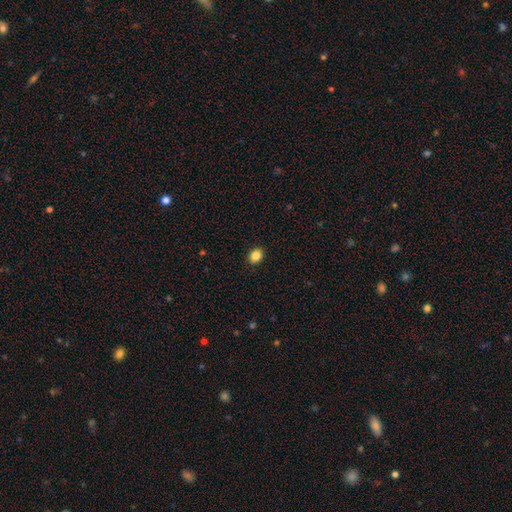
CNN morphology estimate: A smooth galaxy with no disk features (87%) that is in between round and cigar-shaped (71%).

Vote fractions:
- Smooth or featured? smooth: 87% / star or artifact: 9% / featured or disk: 4%
- How rounded? in between: 71% / round: 28% / cigar-shaped: 1%
- Merging? none: 90% / minor disturbance: 7% / major disturbance: 2% / merger: 1%